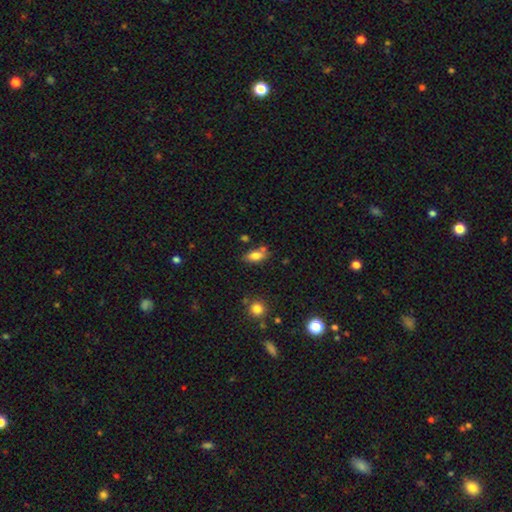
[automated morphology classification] Smooth or featured: smooth — 79% (featured or disk — 12%)
How rounded: in between — 86% (cigar-shaped — 9%)
Merging: none — 66% (minor disturbance — 16%)